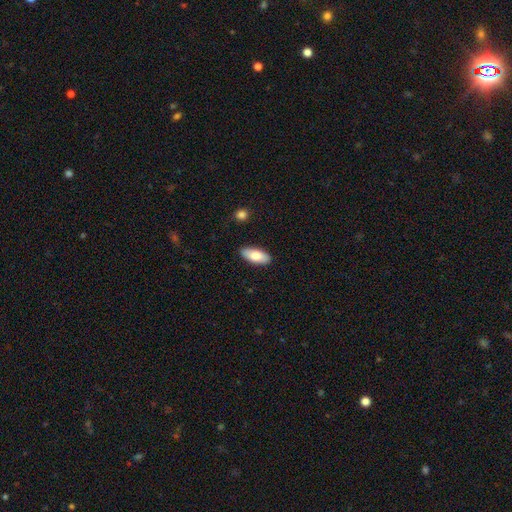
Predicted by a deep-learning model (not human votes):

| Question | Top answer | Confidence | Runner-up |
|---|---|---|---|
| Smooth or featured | smooth | 78% | featured or disk (16%) |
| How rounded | in between | 86% | cigar-shaped (12%) |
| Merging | none | 89% | minor disturbance (8%) |